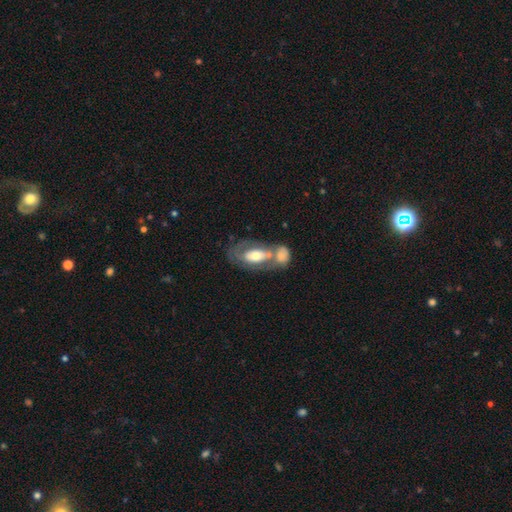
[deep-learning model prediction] A featured or disk galaxy (51%). Merging: merger (53%).